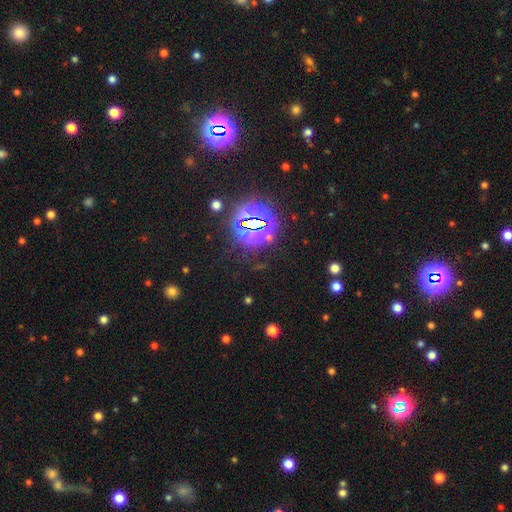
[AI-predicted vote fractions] Smooth or featured? star or artifact (82%)